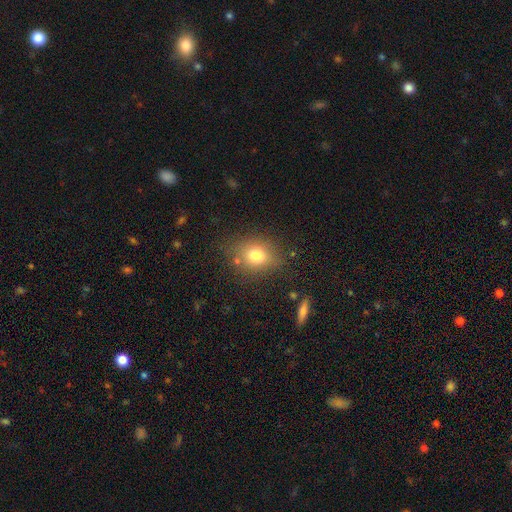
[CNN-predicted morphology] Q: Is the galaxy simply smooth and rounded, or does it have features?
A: smooth — 76%.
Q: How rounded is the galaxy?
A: in between — 58%.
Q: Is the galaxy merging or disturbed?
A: none — 75%.